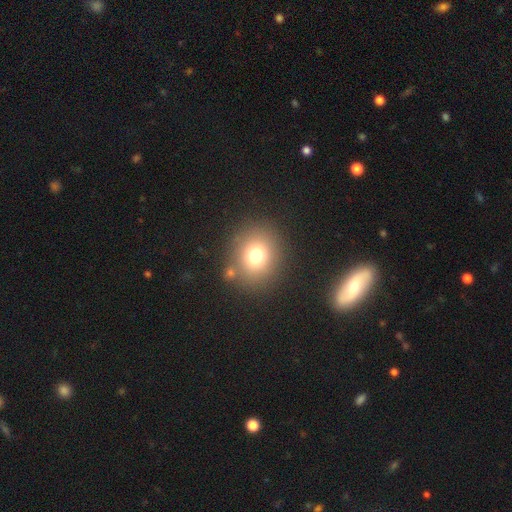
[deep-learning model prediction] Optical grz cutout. It shows a smooth galaxy with no disk features (74%) that is round (75%). Merging: none (81%).